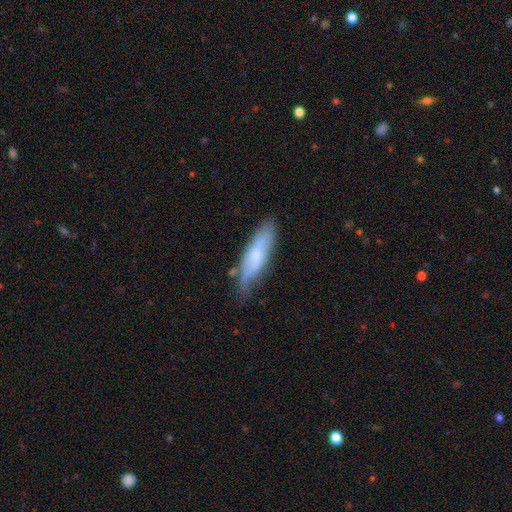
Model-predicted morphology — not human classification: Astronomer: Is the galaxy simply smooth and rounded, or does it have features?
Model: smooth — 55% (runner-up: featured or disk, 38%).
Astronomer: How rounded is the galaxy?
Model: cigar-shaped — 60% (runner-up: in between, 38%).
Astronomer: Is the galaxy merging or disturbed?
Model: none — 59%.